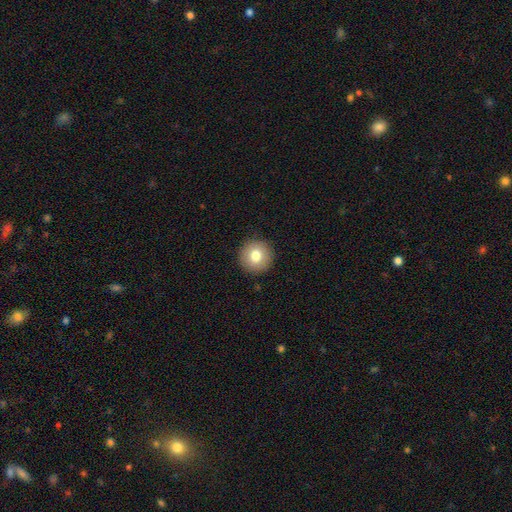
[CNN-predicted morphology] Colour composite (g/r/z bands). It shows a smooth galaxy with no disk features (78%) that is round (95%). Merging: none (92%).